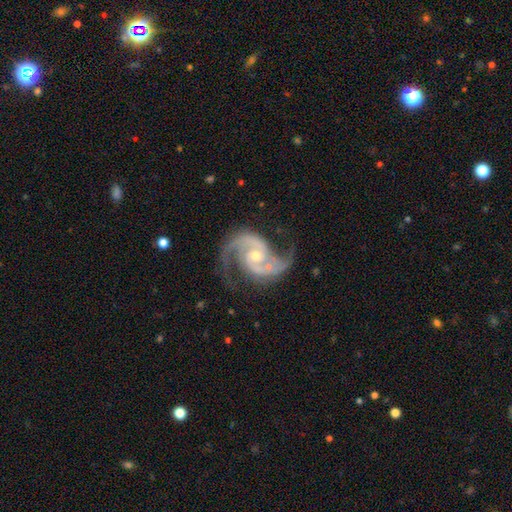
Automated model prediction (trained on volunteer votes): A featured or disk galaxy (93%) with no bar (58%), 2 (91%) medium (62%) spiral arms (98%) and a small central bulge (49%).

Vote fractions:
- Smooth or featured? featured or disk: 93% / star or artifact: 5% / smooth: 2%
- Edge-on disk? no: 98% / yes: 2%
- Bar? no: 58% / weak: 32% / strong: 10%
- Spiral arms? yes: 98% / no: 2%
- Spiral winding? medium: 62% / loose: 19% / tight: 19%
- Spiral arm count? 2: 91% / 3: 3% / can't tell: 2% / 1: 1% / 4: 1% / more than 4: 1%
- Bulge size? small: 49% / moderate: 47% / large: 2% / none: 1% / dominant: 1%
- Merging? none: 70% / minor disturbance: 17% / major disturbance: 9% / merger: 4%